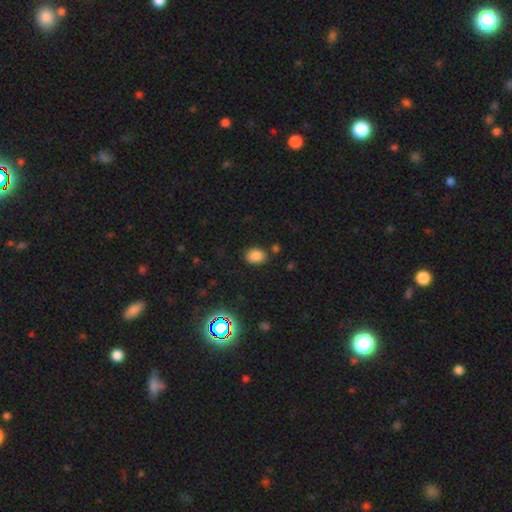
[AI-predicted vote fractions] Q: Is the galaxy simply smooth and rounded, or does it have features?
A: smooth — 82%.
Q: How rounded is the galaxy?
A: in between — 64%.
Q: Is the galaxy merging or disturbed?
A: none — 79%.